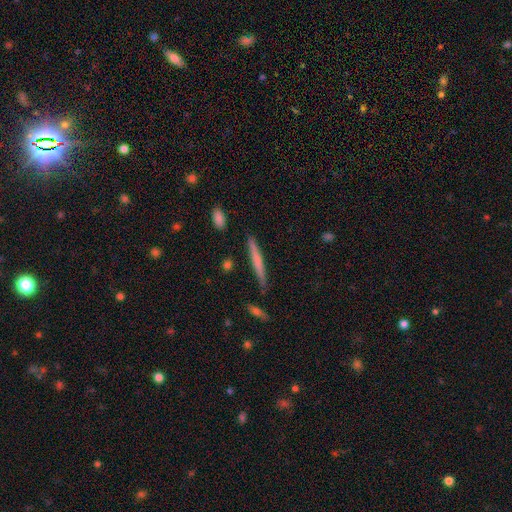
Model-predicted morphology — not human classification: smooth 57%, featured or disk 37%, star or artifact 7%. Down the decision tree: how rounded — cigar-shaped (96%); merging — none (87%).